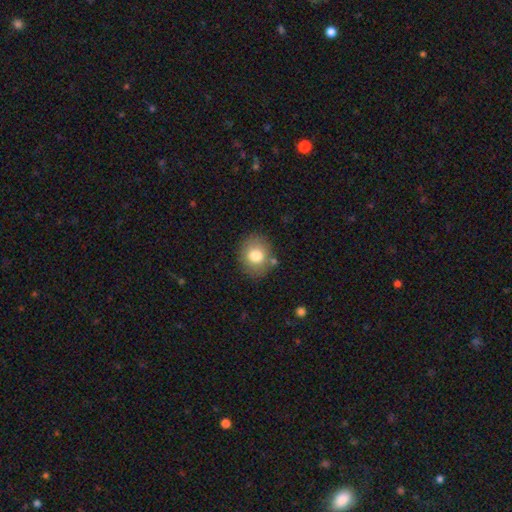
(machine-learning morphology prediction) A smooth galaxy with no disk features (77%) that is round (68%). Merging: none (81%).